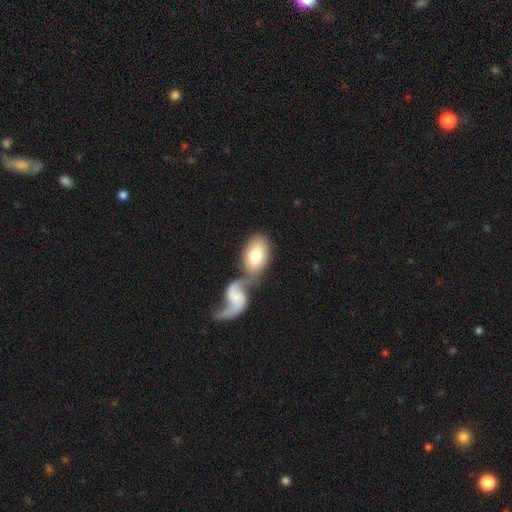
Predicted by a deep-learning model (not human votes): Smooth or featured: smooth — 74% (featured or disk — 22%)
How rounded: in between — 89% (round — 9%)
Merging: merger — 53% (none — 31%)